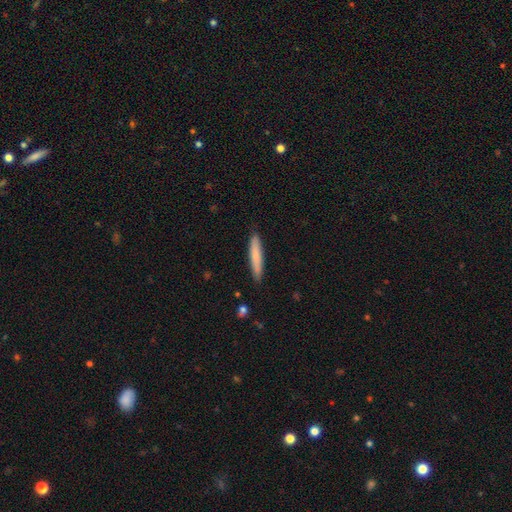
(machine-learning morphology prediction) This appears to be a smooth galaxy with no disk features (79%) that is cigar-shaped (93%). Merging: none (89%).